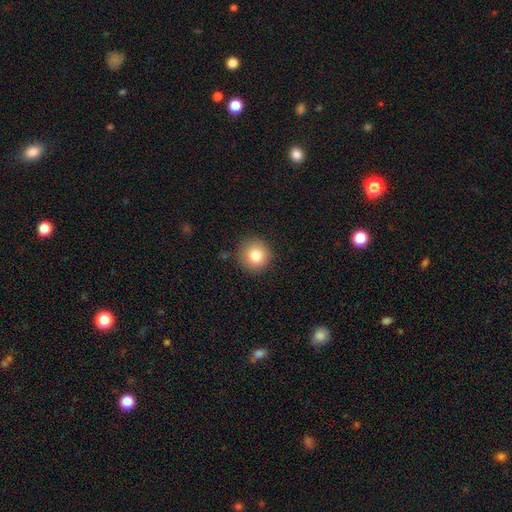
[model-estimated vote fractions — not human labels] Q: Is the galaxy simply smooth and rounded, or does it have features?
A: smooth — 81%.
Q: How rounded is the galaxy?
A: round — 94%.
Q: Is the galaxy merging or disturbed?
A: none — 89%.